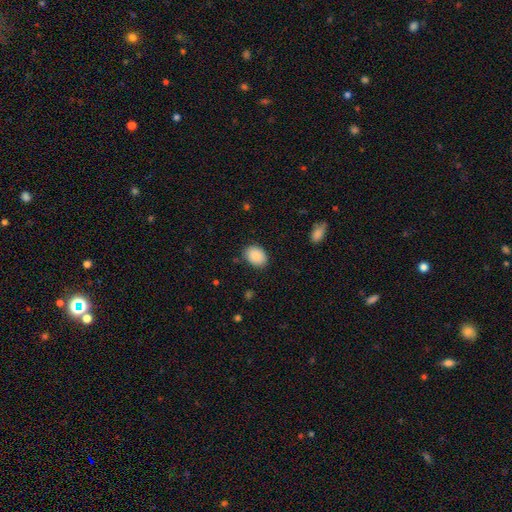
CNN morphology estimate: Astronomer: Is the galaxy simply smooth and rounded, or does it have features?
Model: smooth — 88%.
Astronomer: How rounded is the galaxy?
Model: in between — 72%.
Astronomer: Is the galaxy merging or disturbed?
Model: none — 83%.